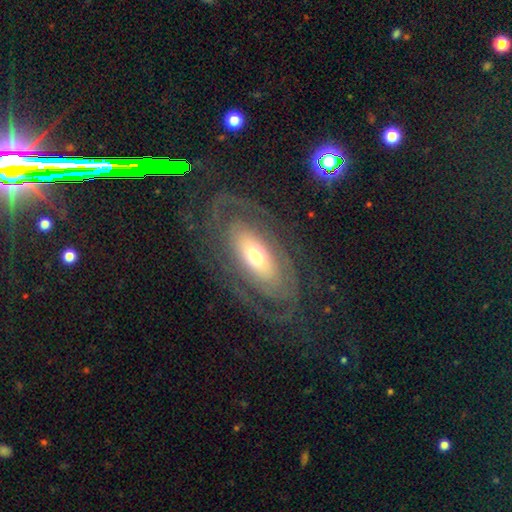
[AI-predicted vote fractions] The model was most divided on "spiral arm count": 2: 45%, can't tell: 30%, 3: 9%, 1: 7%, 4: 5%, more than 4: 4%. More confident: edge-on disk — no (91%); spiral arms — yes (84%); smooth or featured — featured or disk (80%); merging — none (72%); bar — no (62%); spiral winding — tight (57%); bulge size — moderate (57%).